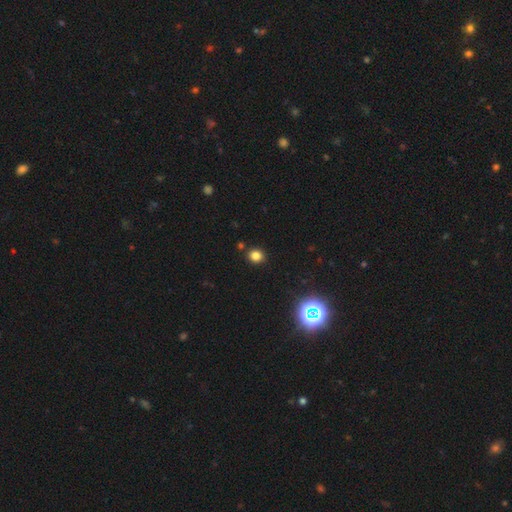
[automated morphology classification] Smooth or featured? smooth (78%)
How rounded? round (80%)
Merging? none (88%)